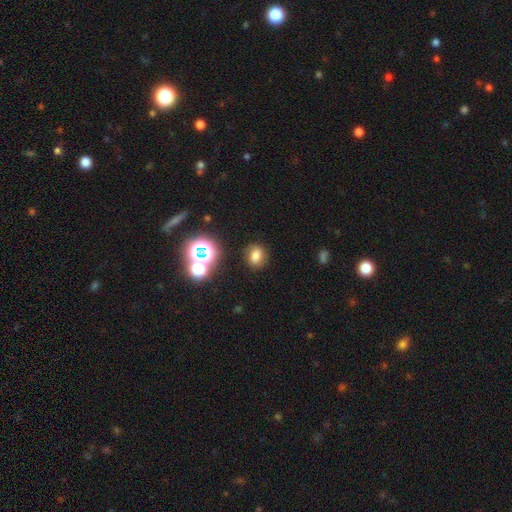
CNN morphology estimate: smooth-or-featured: smooth: 73% | star or artifact: 18% | featured or disk: 9%
  how-rounded: in between: 52% | round: 47% | cigar-shaped: 1%
  merging: none: 83% | minor disturbance: 10% | major disturbance: 3% | merger: 3%